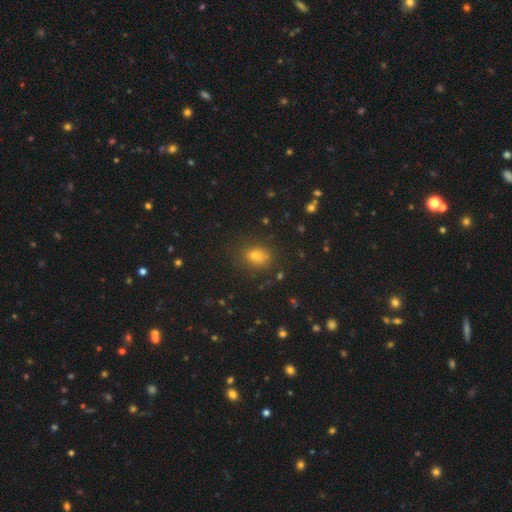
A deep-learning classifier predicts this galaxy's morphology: The model was most divided on "how rounded": in between: 60%, round: 38%, cigar-shaped: 2%. More confident: merging — none (82%); smooth or featured — smooth (73%).